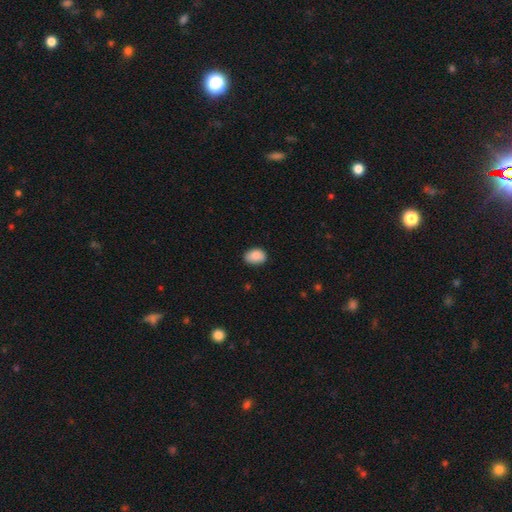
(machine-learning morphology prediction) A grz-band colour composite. It shows a smooth galaxy with no disk features (87%) that is in between round and cigar-shaped (79%). Merging: none (81%).